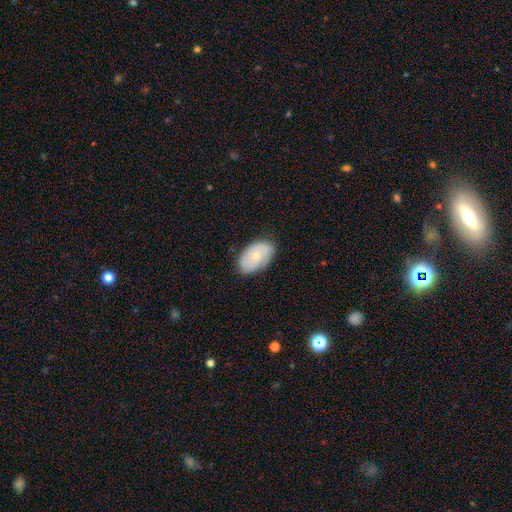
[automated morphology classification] A smooth galaxy with no disk features (62%) that is in between round and cigar-shaped (91%). Merging: none (78%).